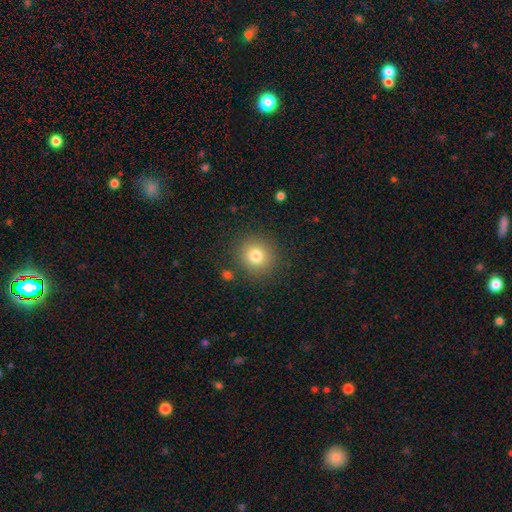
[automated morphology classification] smooth_or_featured: smooth (p=0.79) [alt: star or artifact p=0.12]
how_rounded: round (p=0.91) [alt: in between p=0.08]
merging: none (p=0.87) [alt: minor disturbance p=0.07]